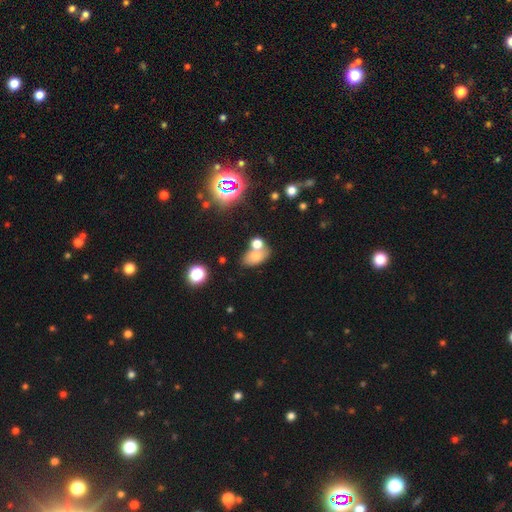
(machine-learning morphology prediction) smooth-or-featured: smooth: 68% | star or artifact: 17% | featured or disk: 15%
  how-rounded: in between: 82% | round: 16% | cigar-shaped: 2%
  merging: none: 43% | merger: 37% | minor disturbance: 13% | major disturbance: 6%